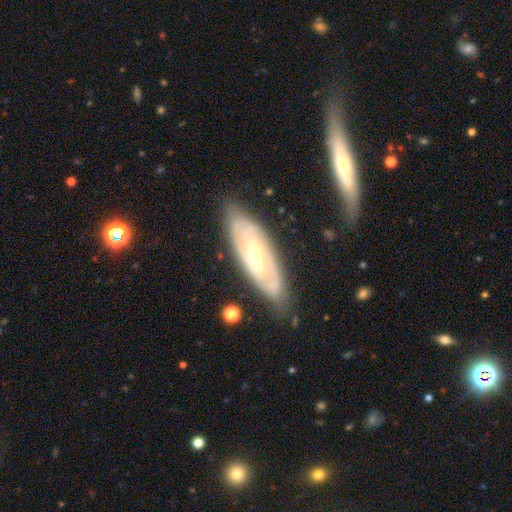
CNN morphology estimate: featured or disk 78%, smooth 17%, star or artifact 5%. Down the decision tree: edge-on disk — no (86%); bar — weak (44%); spiral arms — yes (90%); spiral arm count — 2 (45%); spiral winding — tight (62%); bulge size — small (57%); merging — none (78%).